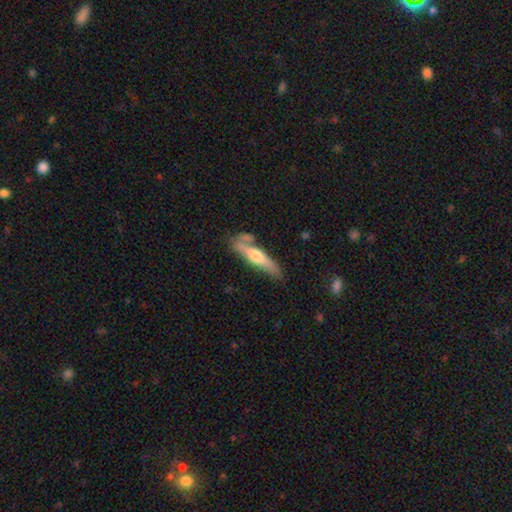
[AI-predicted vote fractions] Smooth or featured: featured or disk — 50% (smooth — 44%)
Edge-on disk: yes — 83% (no — 17%)
Merging: none — 57% (minor disturbance — 22%)